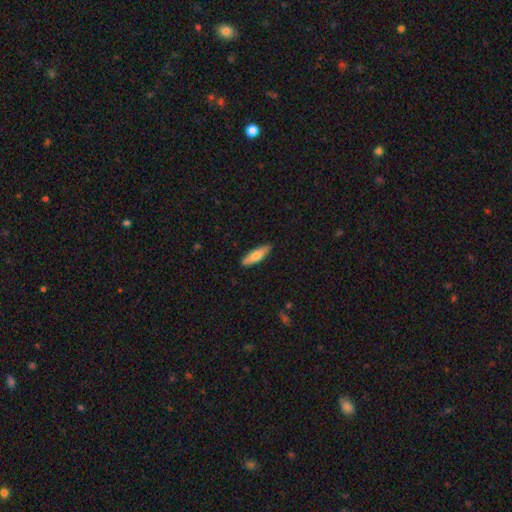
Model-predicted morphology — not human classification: This is likely a smooth galaxy (71%). How rounded: possibly cigar-shaped (55%). Merging: clearly none (87%).